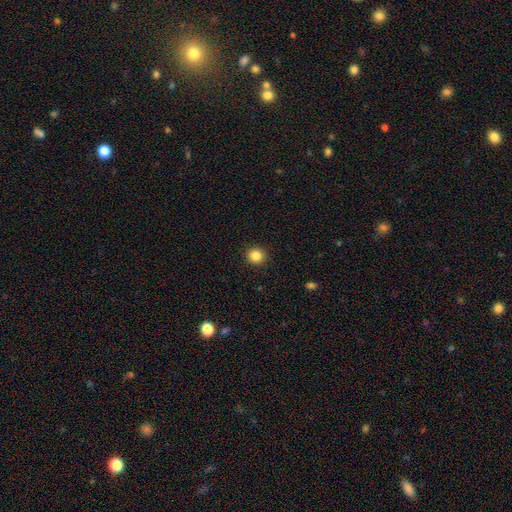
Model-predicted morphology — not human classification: smooth-or-featured: smooth: 85% | star or artifact: 11% | featured or disk: 4%
  how-rounded: round: 92% | in between: 7% | cigar-shaped: 1%
  merging: none: 93% | minor disturbance: 5% | major disturbance: 2% | merger: 1%